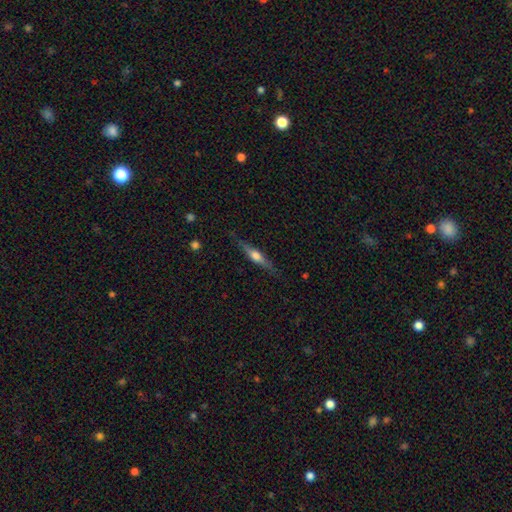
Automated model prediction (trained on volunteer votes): Overall: featured or disk (57%; smooth 37%). Edge-on disk: yes (95%). Edge-on bulge: rounded (88%). Merging: none (82%).